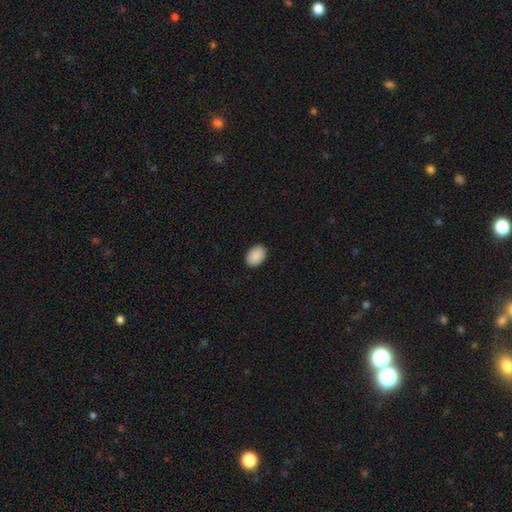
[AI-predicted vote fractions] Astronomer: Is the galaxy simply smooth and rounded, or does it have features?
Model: smooth — 91%.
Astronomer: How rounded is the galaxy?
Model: in between — 83%.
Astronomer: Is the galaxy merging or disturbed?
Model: none — 90%.